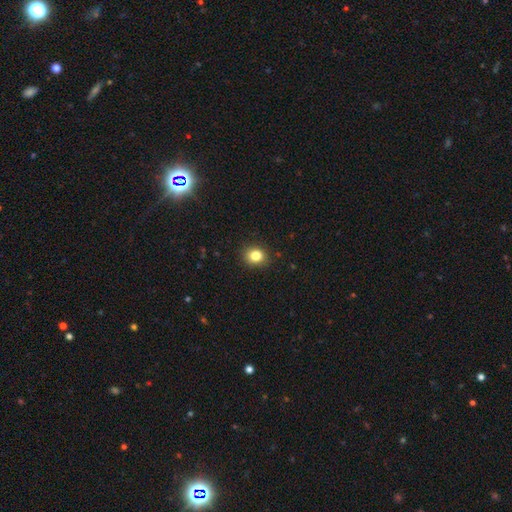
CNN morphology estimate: This is clearly a smooth galaxy (83%). How rounded: likely round (74%). Merging: clearly none (90%).